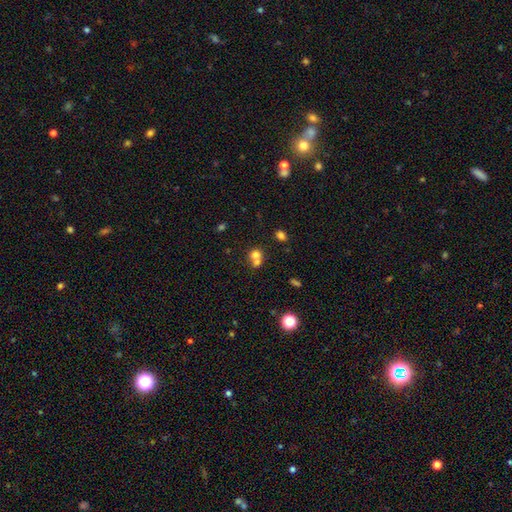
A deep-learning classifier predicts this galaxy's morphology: Q: Smooth or featured?
A: smooth (72%); runner-up: star or artifact (14%)
Q: How rounded?
A: round (76%); runner-up: in between (23%)
Q: Merging?
A: merger (60%); runner-up: none (31%)